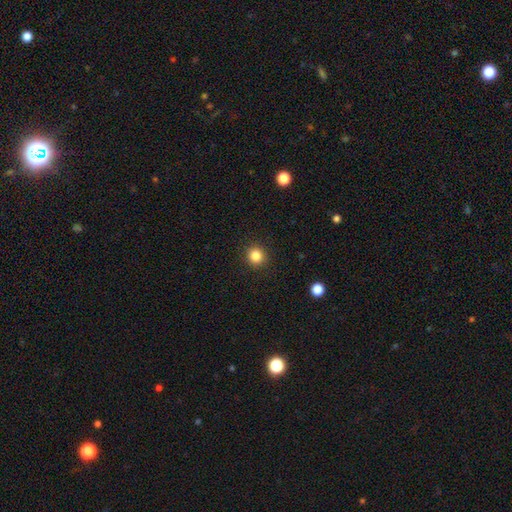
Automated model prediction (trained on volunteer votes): smooth 84%, star or artifact 12%, featured or disk 4%. Down the decision tree: how rounded — round (92%); merging — none (92%).